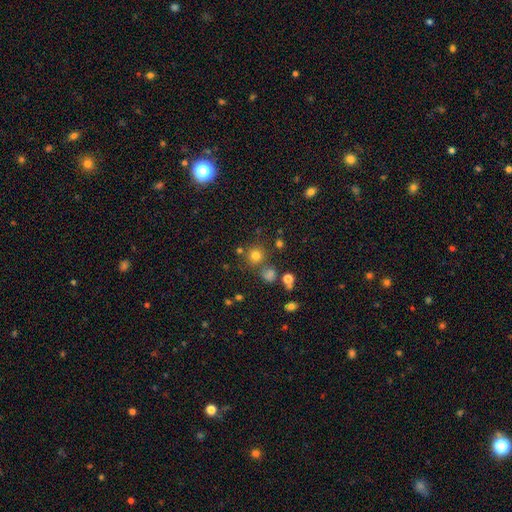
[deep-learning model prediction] A smooth galaxy with no disk features (75%) that is round (91%).

Vote fractions:
- Smooth or featured? smooth: 75% / star or artifact: 18% / featured or disk: 7%
- How rounded? round: 91% / in between: 8% / cigar-shaped: 1%
- Merging? none: 74% / merger: 12% / minor disturbance: 10% / major disturbance: 4%